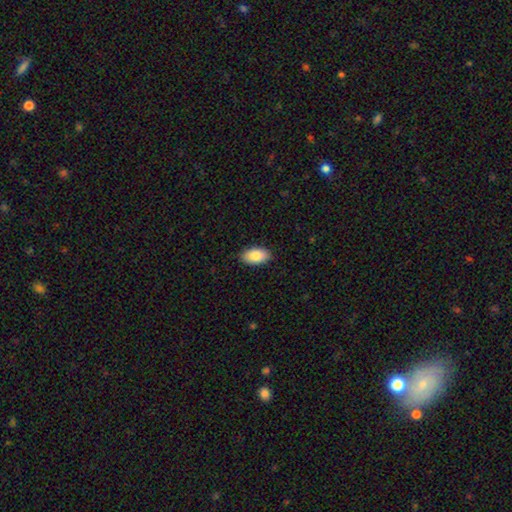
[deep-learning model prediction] smooth 87%, featured or disk 6%, star or artifact 6%. Down the decision tree: how rounded — in between (95%); merging — none (88%).